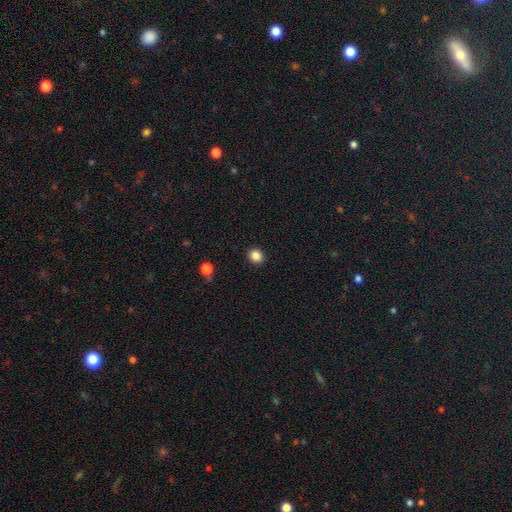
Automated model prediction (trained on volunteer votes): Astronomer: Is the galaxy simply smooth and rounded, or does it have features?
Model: smooth — 85%.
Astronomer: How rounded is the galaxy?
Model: round — 83%.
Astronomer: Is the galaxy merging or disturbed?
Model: none — 92%.